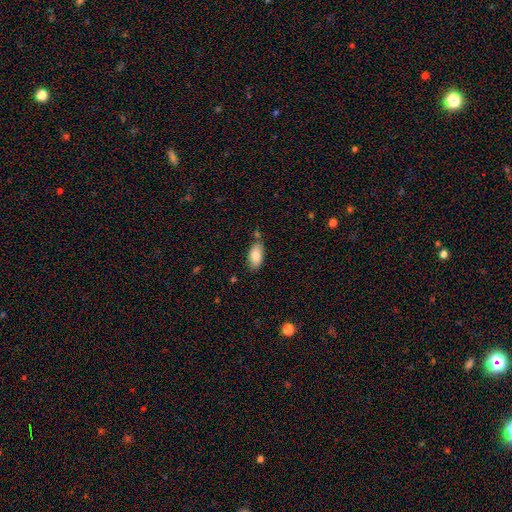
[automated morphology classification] smooth-or-featured: smooth: 84% | featured or disk: 9% | star or artifact: 7%
  how-rounded: in between: 92% | cigar-shaped: 5% | round: 3%
  merging: none: 72% | minor disturbance: 18% | merger: 7% | major disturbance: 4%